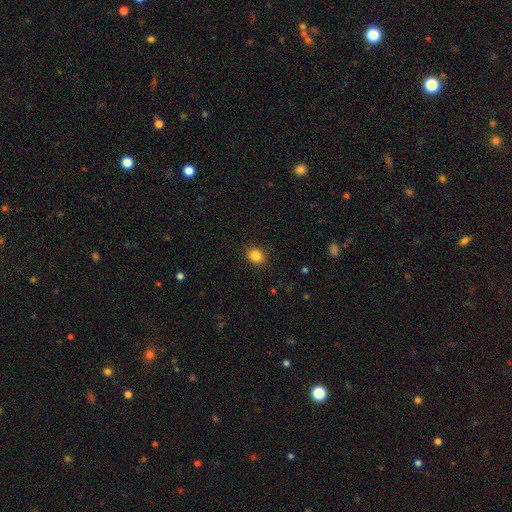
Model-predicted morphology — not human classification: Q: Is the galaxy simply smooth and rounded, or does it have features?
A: smooth — 86%.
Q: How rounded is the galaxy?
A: round — 51%.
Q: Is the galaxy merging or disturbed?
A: none — 89%.